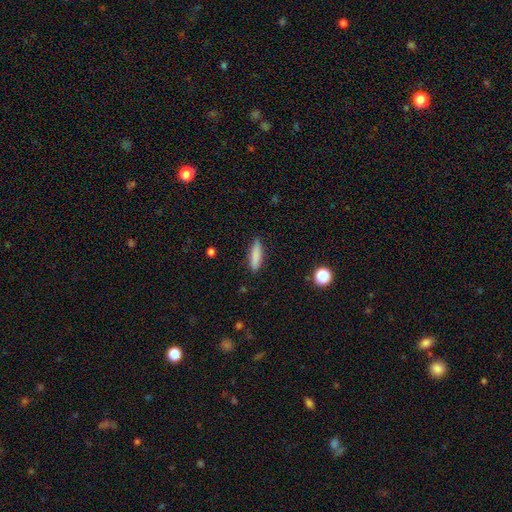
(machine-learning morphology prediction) Smooth or featured? smooth (84%)
How rounded? cigar-shaped (68%)
Merging? none (86%)